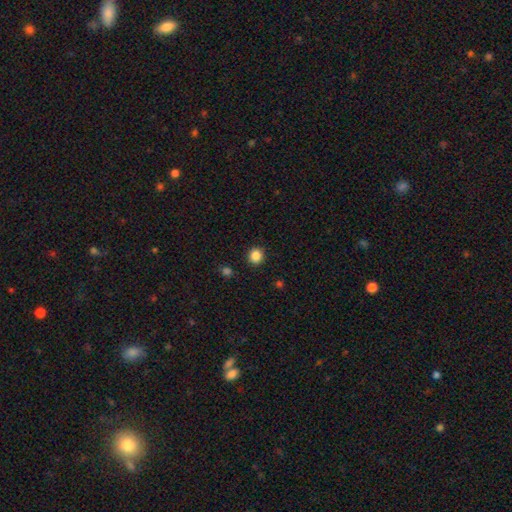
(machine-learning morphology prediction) smooth_or_featured: smooth (p=0.86) [alt: star or artifact p=0.11]
how_rounded: round (p=0.86) [alt: in between p=0.13]
merging: none (p=0.91) [alt: minor disturbance p=0.06]